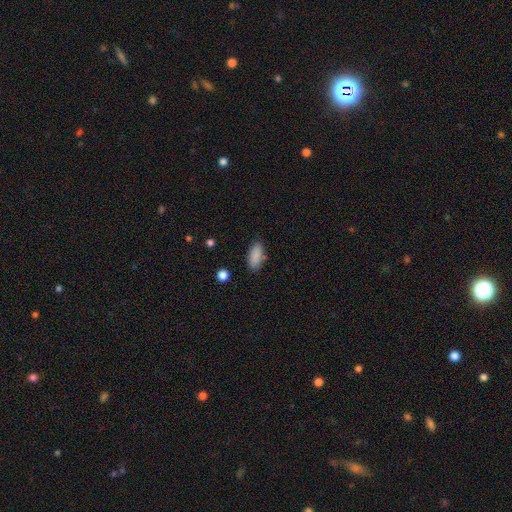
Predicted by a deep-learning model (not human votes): Morphology: type=smooth (88%); roundness=in between (84%); merging=none (81%).